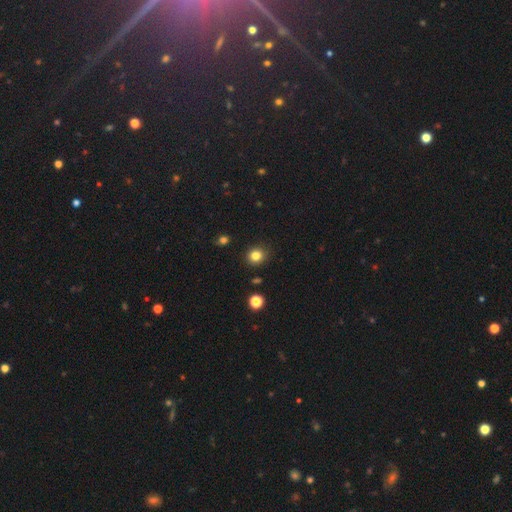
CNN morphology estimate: smooth_or_featured: smooth (p=0.83) [alt: star or artifact p=0.13]
how_rounded: round (p=0.84) [alt: in between p=0.15]
merging: none (p=0.89) [alt: minor disturbance p=0.07]